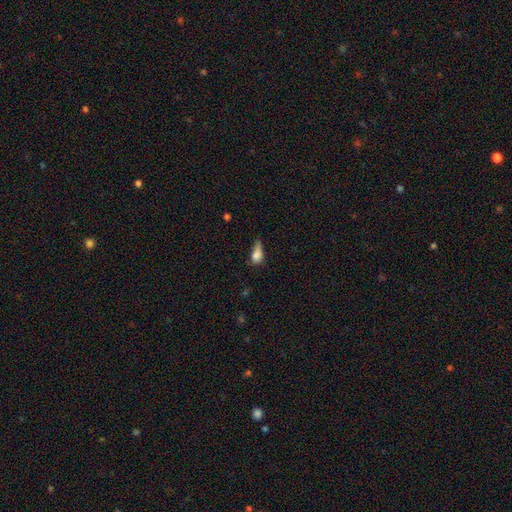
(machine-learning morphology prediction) Smooth or featured?
  - smooth: 78% *
  - featured or disk: 13%
  - star or artifact: 10%
How rounded?
  - in between: 77% *
  - cigar-shaped: 13%
  - round: 11%
Merging?
  - minor disturbance: 43% *
  - none: 26%
  - major disturbance: 25%
  - merger: 6%